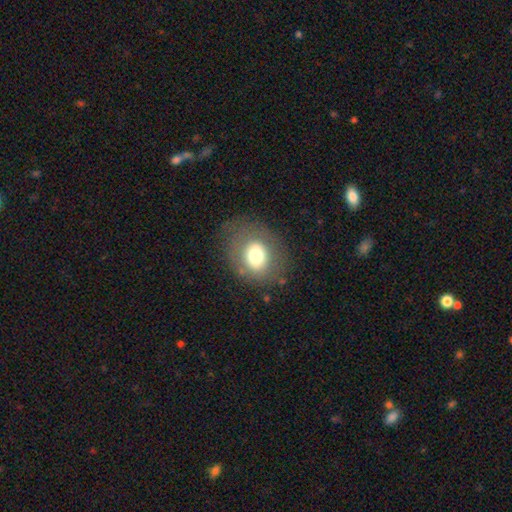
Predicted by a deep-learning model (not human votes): The model was most divided on "how rounded": round: 57%, in between: 43%, cigar-shaped: 1%. More confident: merging — none (74%); smooth or featured — smooth (67%).